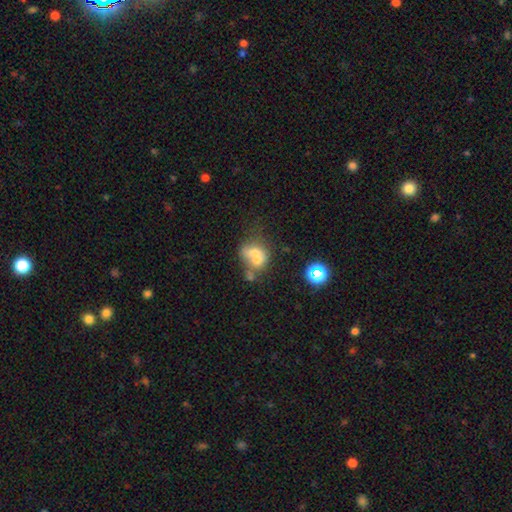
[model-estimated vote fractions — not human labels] Smooth or featured: smooth — 58% (featured or disk — 29%)
How rounded: in between — 51% (round — 47%)
Merging: merger — 58% (none — 21%)